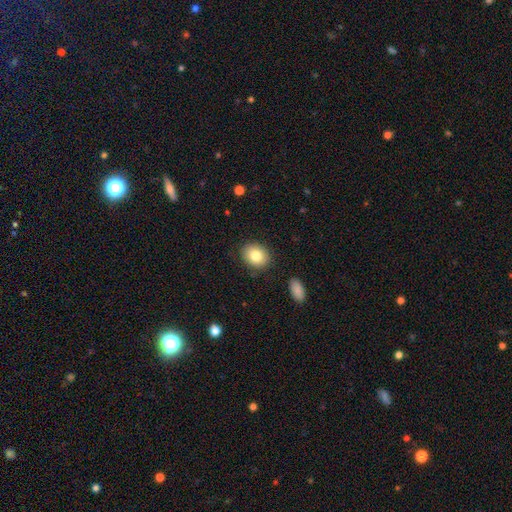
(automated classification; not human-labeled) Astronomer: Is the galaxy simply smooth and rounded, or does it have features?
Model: smooth — 82%.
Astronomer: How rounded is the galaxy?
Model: in between — 54% (runner-up: round, 45%).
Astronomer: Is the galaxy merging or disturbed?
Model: none — 87%.